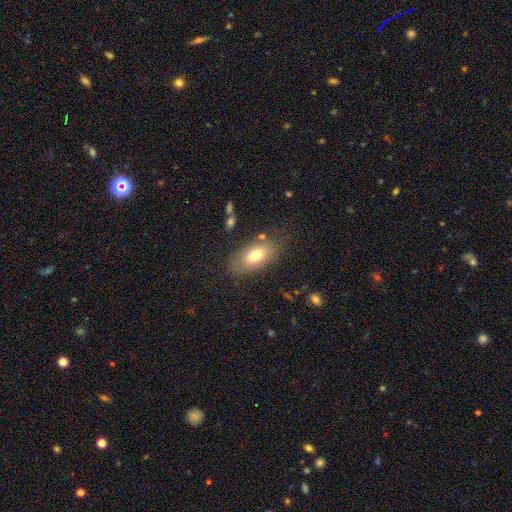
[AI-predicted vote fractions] This is likely a smooth galaxy (73%). How rounded: clearly in between (89%). Merging: likely none (77%).